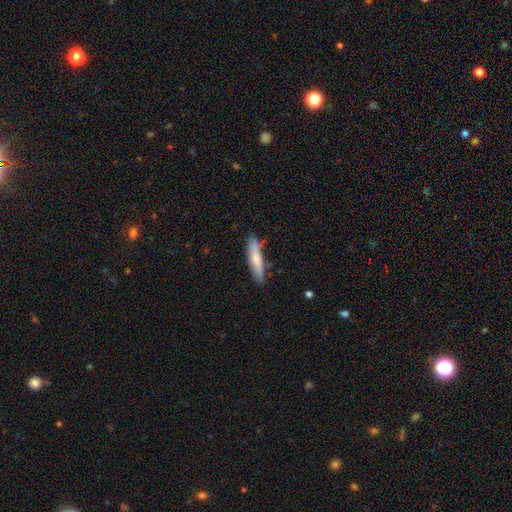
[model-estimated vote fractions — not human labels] smooth-or-featured: smooth: 66% | featured or disk: 28% | star or artifact: 6%
  how-rounded: cigar-shaped: 85% | in between: 14% | round: 1%
  merging: none: 80% | minor disturbance: 15% | major disturbance: 3% | merger: 2%